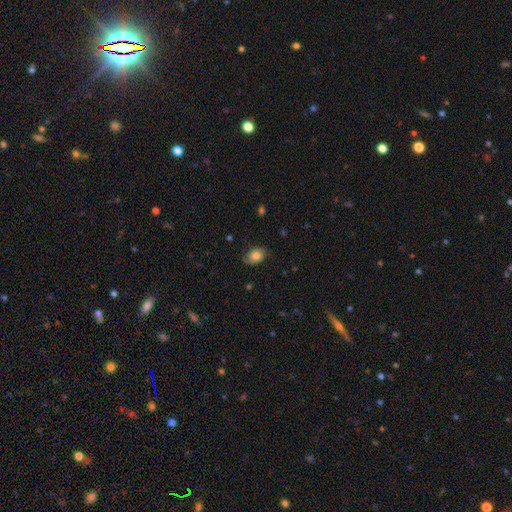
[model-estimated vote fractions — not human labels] Smooth or featured?
  - smooth: 68% *
  - featured or disk: 22%
  - star or artifact: 10%
How rounded?
  - in between: 65% *
  - round: 34%
  - cigar-shaped: 1%
Merging?
  - none: 70% *
  - minor disturbance: 22%
  - major disturbance: 6%
  - merger: 1%